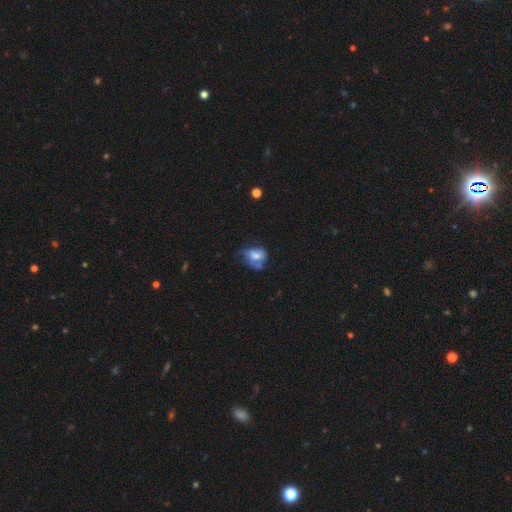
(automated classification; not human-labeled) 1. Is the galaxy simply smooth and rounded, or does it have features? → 56% smooth, 34% featured or disk, 10% star or artifact.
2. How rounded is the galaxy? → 65% in between, 33% round, 2% cigar-shaped.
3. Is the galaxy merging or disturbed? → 33% none, 29% minor disturbance, 25% major disturbance, 13% merger.